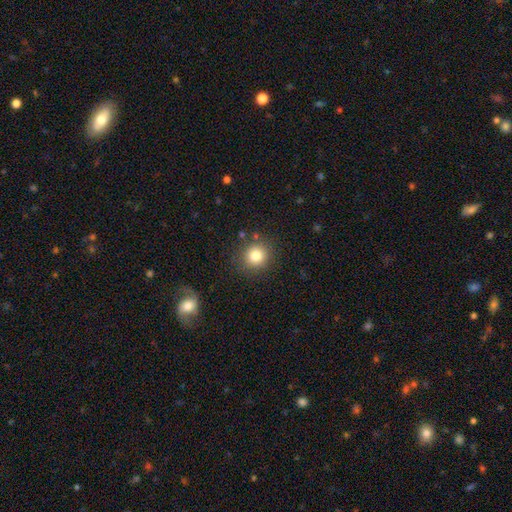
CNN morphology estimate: Smooth or featured? Predicted: smooth (p=0.81). How rounded? Predicted: round (p=0.90). Merging? Predicted: none (p=0.86).